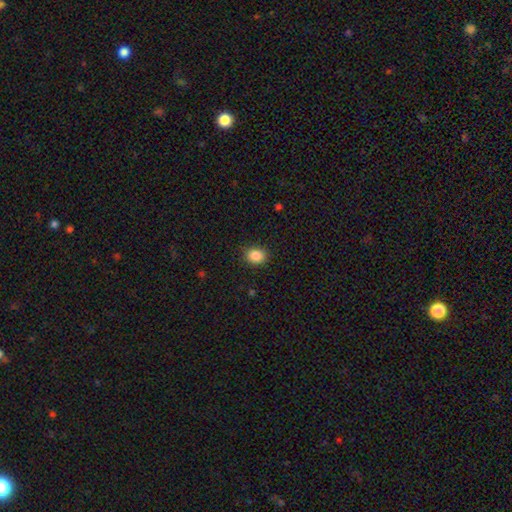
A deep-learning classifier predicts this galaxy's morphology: smooth 86%, star or artifact 10%, featured or disk 4%. Down the decision tree: how rounded — round (59%); merging — none (86%).